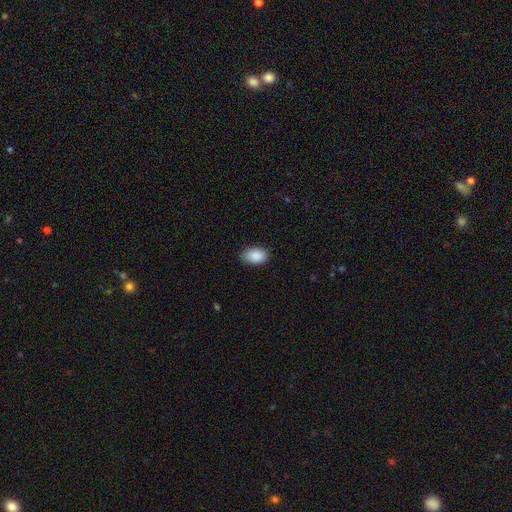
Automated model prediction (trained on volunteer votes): smooth 90%, star or artifact 7%, featured or disk 3%. Down the decision tree: how rounded — in between (89%); merging — none (84%).